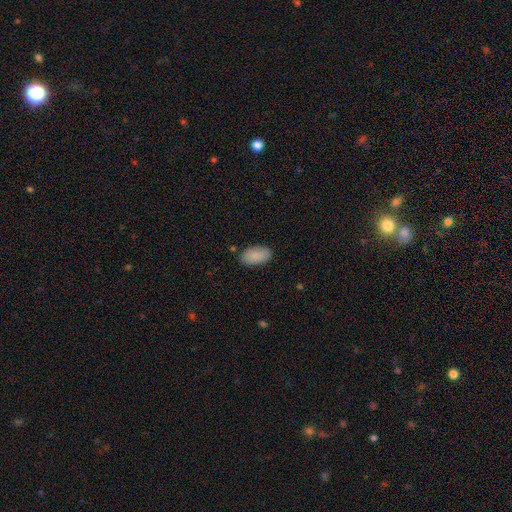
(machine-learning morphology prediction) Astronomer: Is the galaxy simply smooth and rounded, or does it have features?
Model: smooth — 89%.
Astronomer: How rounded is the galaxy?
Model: in between — 94%.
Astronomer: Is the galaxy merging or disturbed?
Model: none — 84%.